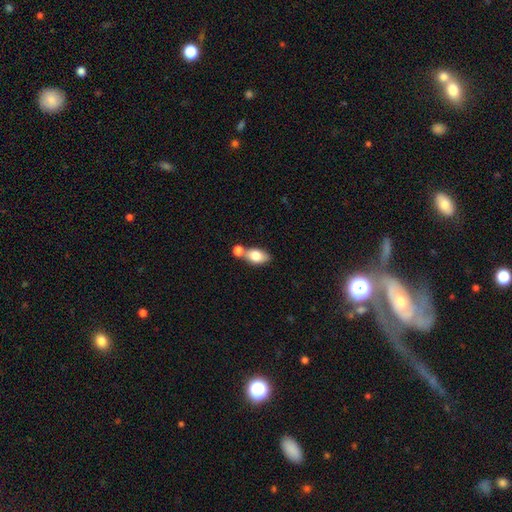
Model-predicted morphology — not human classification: type=smooth (78%); roundness=in between (87%); merging=none (48%).